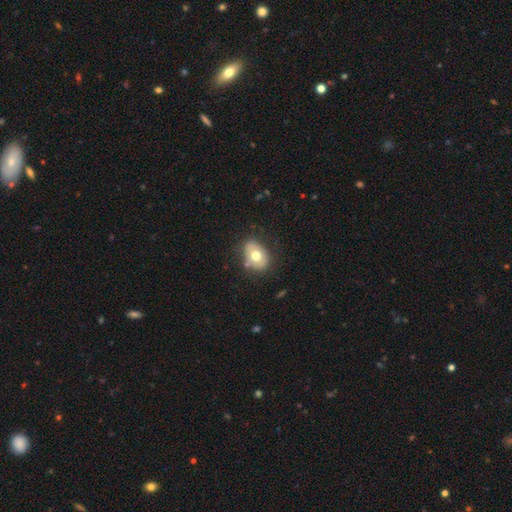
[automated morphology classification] A smooth galaxy with no disk features (63%) that is in between round and cigar-shaped (70%).

Vote fractions:
- Smooth or featured? smooth: 63% / featured or disk: 29% / star or artifact: 8%
- How rounded? in between: 70% / round: 29% / cigar-shaped: 1%
- Merging? none: 74% / minor disturbance: 18% / major disturbance: 5% / merger: 3%